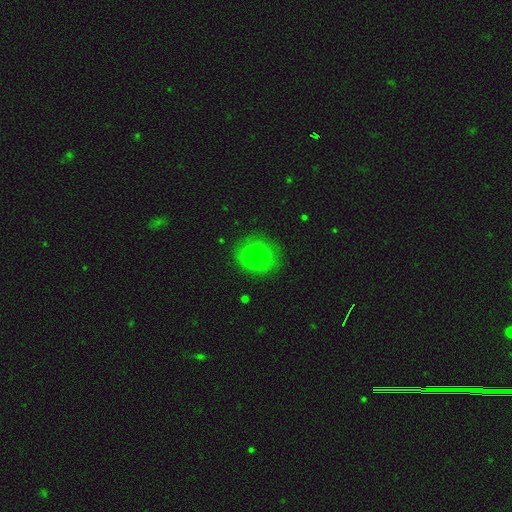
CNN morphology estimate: Q: Smooth or featured?
A: smooth (75%); runner-up: featured or disk (15%)
Q: How rounded?
A: round (76%); runner-up: in between (23%)
Q: Merging?
A: none (74%); runner-up: minor disturbance (17%)